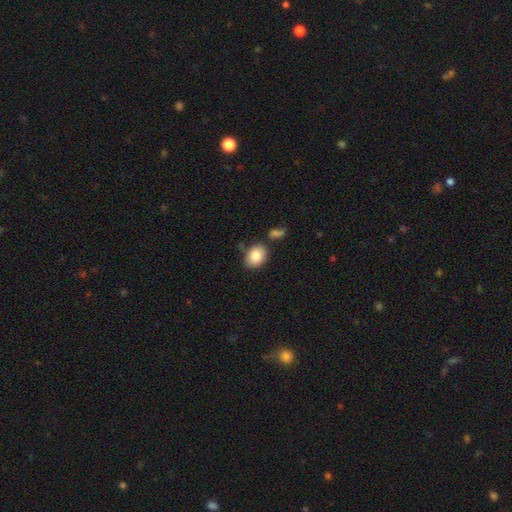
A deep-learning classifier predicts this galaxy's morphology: The model was most divided on "how rounded": in between: 72%, round: 27%, cigar-shaped: 1%. More confident: smooth or featured — smooth (85%); merging — none (75%).